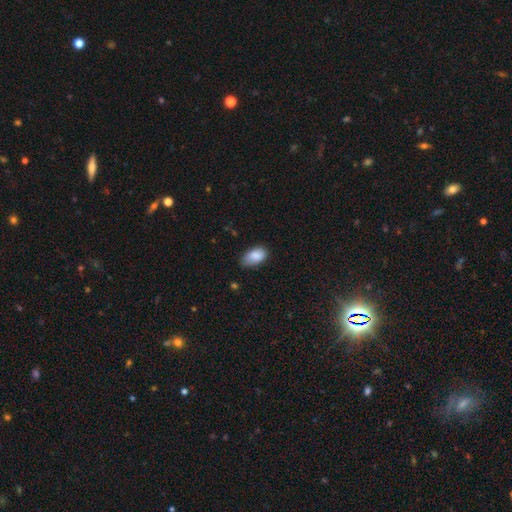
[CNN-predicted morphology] smooth-or-featured: smooth: 87% | star or artifact: 7% | featured or disk: 6%
  how-rounded: in between: 94% | round: 4% | cigar-shaped: 2%
  merging: none: 63% | minor disturbance: 30% | major disturbance: 5% | merger: 1%